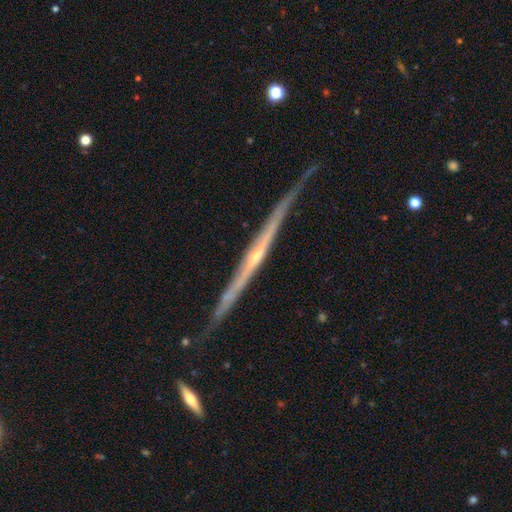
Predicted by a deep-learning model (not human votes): This appears to be a featured or disk galaxy (85%) viewed edge-on (97%) with a rounded central bulge (55%). Merging: none (78%).